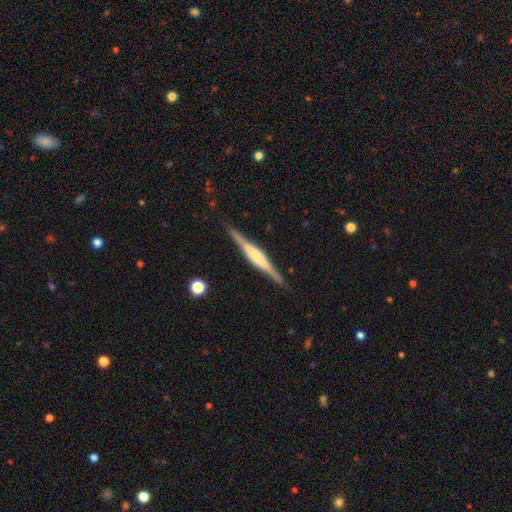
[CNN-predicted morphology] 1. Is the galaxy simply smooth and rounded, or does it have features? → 77% featured or disk, 17% smooth, 6% star or artifact.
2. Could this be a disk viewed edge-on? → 98% yes, 2% no.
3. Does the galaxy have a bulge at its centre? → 47% rounded, 36% boxy, 17% none.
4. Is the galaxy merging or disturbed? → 86% none, 11% minor disturbance, 2% major disturbance, 1% merger.